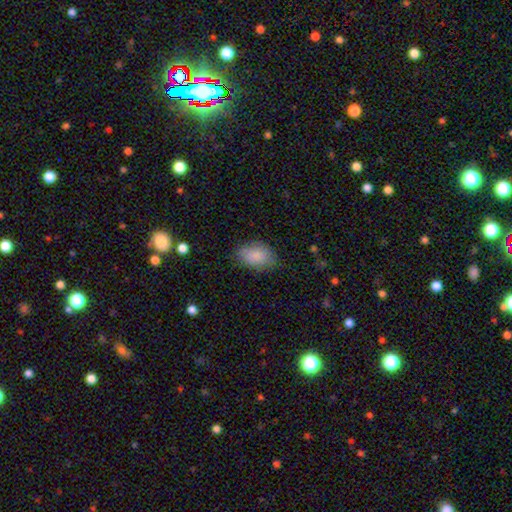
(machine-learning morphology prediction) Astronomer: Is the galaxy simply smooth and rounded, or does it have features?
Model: smooth — 87%.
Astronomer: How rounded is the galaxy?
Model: in between — 91%.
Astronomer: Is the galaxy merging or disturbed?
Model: none — 77%.